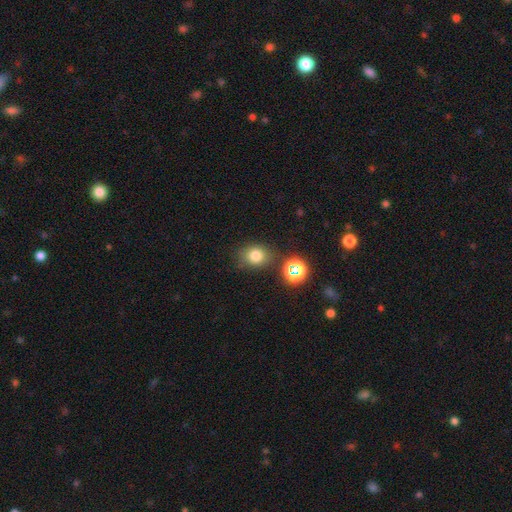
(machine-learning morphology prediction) This is likely a smooth galaxy (77%). How rounded: likely round (63%). Merging: likely none (75%).